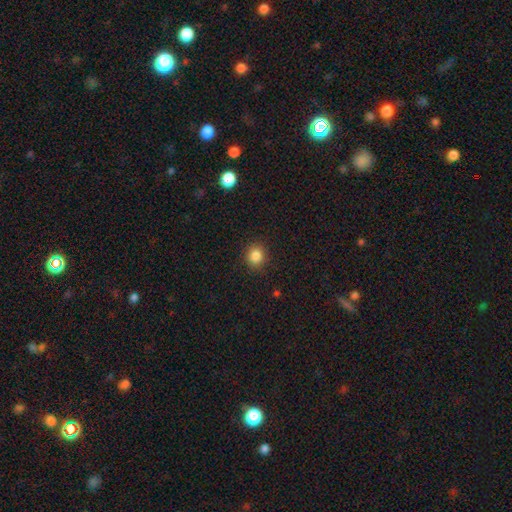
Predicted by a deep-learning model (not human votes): This appears to be a smooth galaxy with no disk features (85%) that is round (79%). Merging: none (89%).